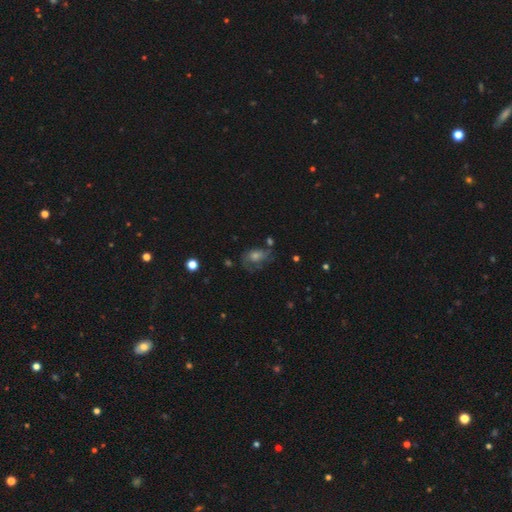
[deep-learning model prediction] Smooth or featured? featured or disk (51%)
Edge-on disk? no (95%)
Merging? none (53%)